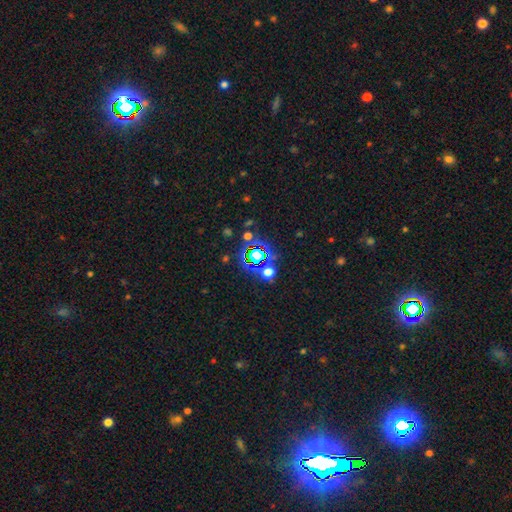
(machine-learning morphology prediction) Smooth or featured?
  - star or artifact: 68% *
  - smooth: 23%
  - featured or disk: 10%